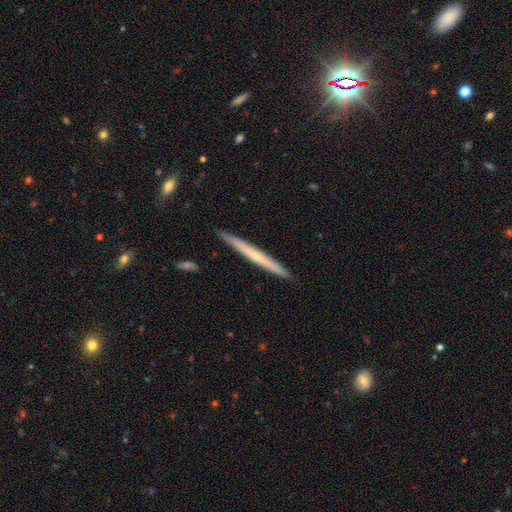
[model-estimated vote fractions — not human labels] featured or disk 50%, smooth 44%, star or artifact 6%. Down the decision tree: merging — none (91%).